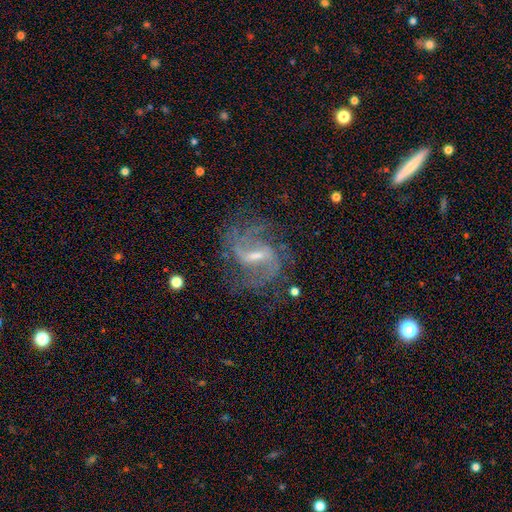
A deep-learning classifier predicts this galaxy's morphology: Smooth or featured: featured or disk — 87% (star or artifact — 7%)
Edge-on disk: no — 96% (yes — 4%)
Bar: weak — 48% (strong — 43%)
Spiral arms: yes — 95% (no — 5%)
Spiral winding: medium — 50% (loose — 30%)
Spiral arm count: 2 — 60% (can't tell — 15%)
Bulge size: small — 51% (moderate — 34%)
Merging: none — 67% (minor disturbance — 17%)